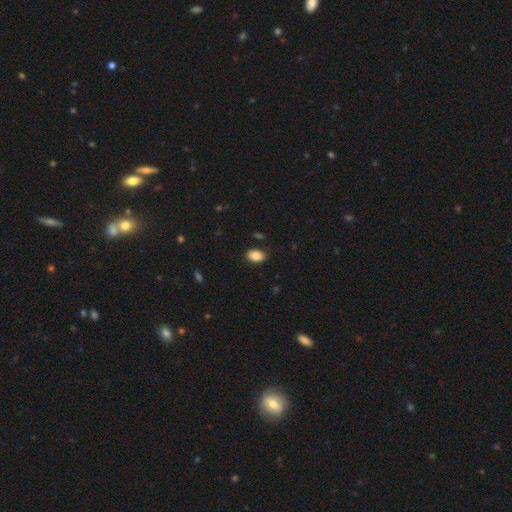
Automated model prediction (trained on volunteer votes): smooth 85%, star or artifact 8%, featured or disk 7%. Down the decision tree: how rounded — in between (88%); merging — none (87%).